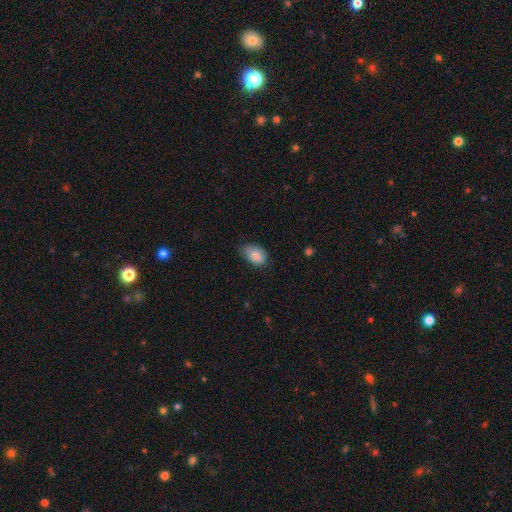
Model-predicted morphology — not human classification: A smooth galaxy with no disk features (87%) that is in between round and cigar-shaped (89%). Merging: none (64%).